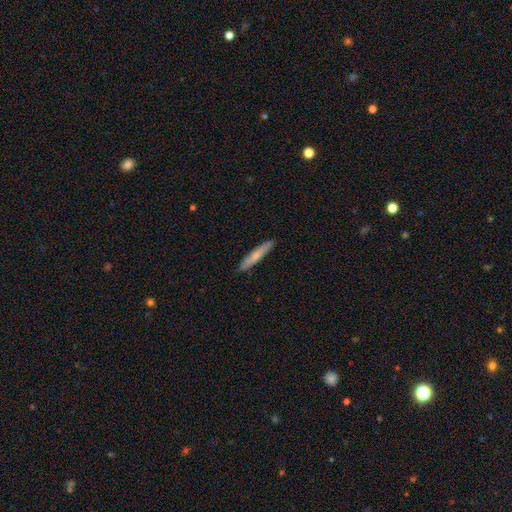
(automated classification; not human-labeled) smooth 65%, featured or disk 29%, star or artifact 6%. Down the decision tree: how rounded — cigar-shaped (93%); merging — none (89%).